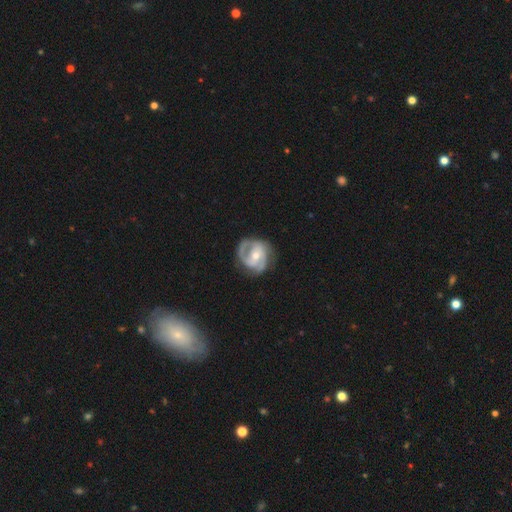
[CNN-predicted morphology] smooth-or-featured: featured or disk: 85% | smooth: 10% | star or artifact: 4%
  disk-edge-on: no: 98% | yes: 2%
    bar: no: 49% | weak: 36% | strong: 14%
    has-spiral-arms: yes: 95% | no: 5%
      spiral-winding: medium: 46% | tight: 42% | loose: 12%
      spiral-arm-count: 2: 52% | 3: 26% | can't tell: 11% | 1: 5% | 4: 3% | more than 4: 3%
    bulge-size: moderate: 57% | small: 38% | large: 2% | none: 1% | dominant: 1%
  merging: none: 68% | minor disturbance: 20% | major disturbance: 10% | merger: 2%